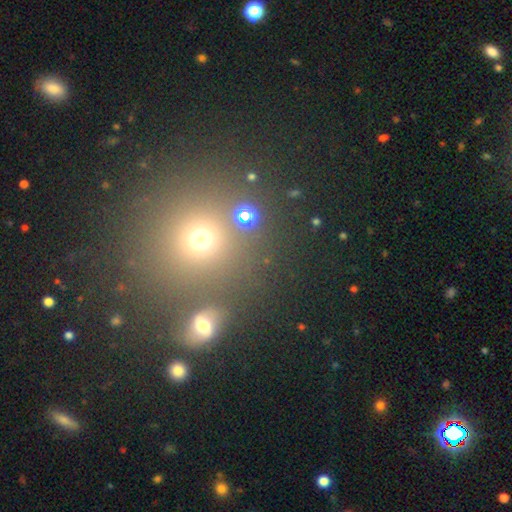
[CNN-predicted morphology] type=smooth (50%); merging=none (78%).